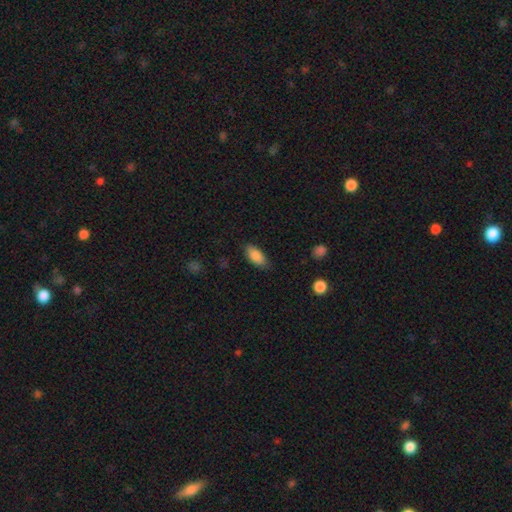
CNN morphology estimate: Smooth or featured? smooth (87%)
How rounded? in between (88%)
Merging? none (81%)